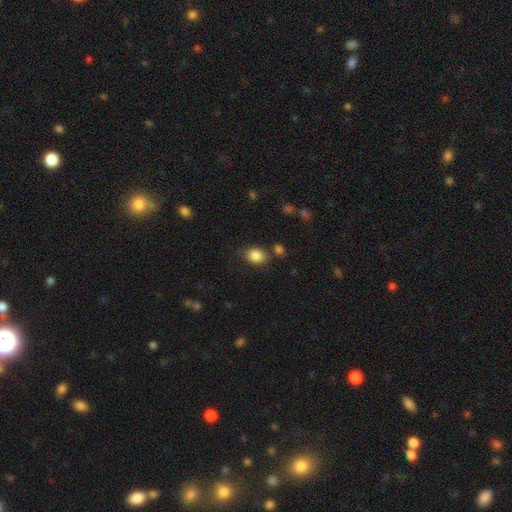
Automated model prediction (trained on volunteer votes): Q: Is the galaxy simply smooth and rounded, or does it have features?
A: smooth — 86%.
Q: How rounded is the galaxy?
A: in between — 66%.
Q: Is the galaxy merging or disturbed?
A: none — 73%.